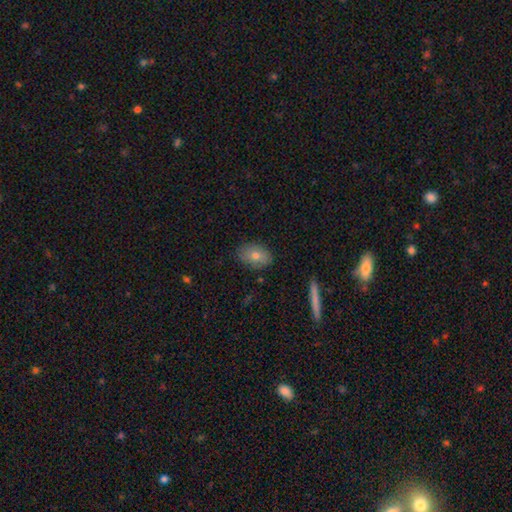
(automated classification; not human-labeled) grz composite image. It shows a smooth galaxy with no disk features (73%) that is in between round and cigar-shaped (86%). Merging: none (85%).